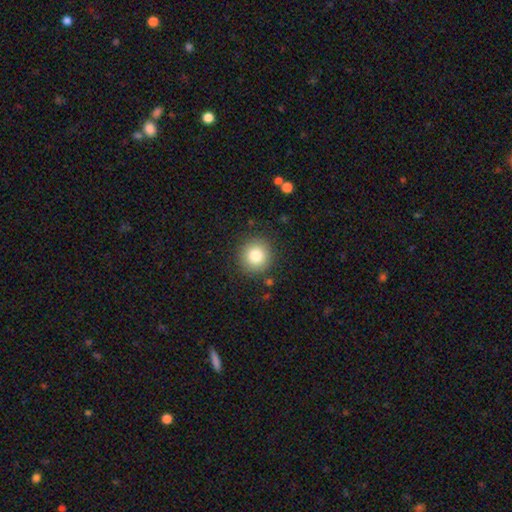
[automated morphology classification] Q: Smooth or featured?
A: smooth (81%); runner-up: star or artifact (10%)
Q: How rounded?
A: round (93%); runner-up: in between (6%)
Q: Merging?
A: none (89%); runner-up: minor disturbance (7%)